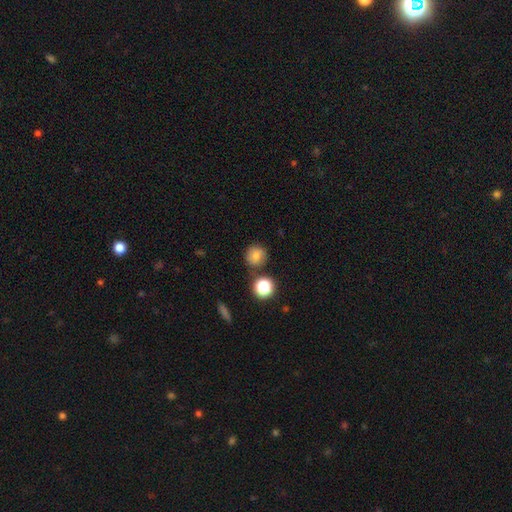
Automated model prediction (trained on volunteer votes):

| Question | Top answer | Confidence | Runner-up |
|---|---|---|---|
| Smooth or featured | smooth | 75% | star or artifact (13%) |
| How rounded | round | 90% | in between (9%) |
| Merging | none | 77% | minor disturbance (12%) |